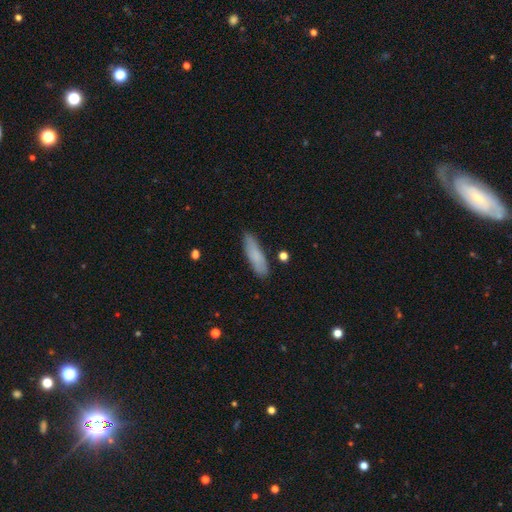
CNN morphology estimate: Smooth or featured?
  - smooth: 82% *
  - featured or disk: 11%
  - star or artifact: 7%
How rounded?
  - cigar-shaped: 64% *
  - in between: 34%
  - round: 2%
Merging?
  - none: 83% *
  - minor disturbance: 12%
  - major disturbance: 2%
  - merger: 2%